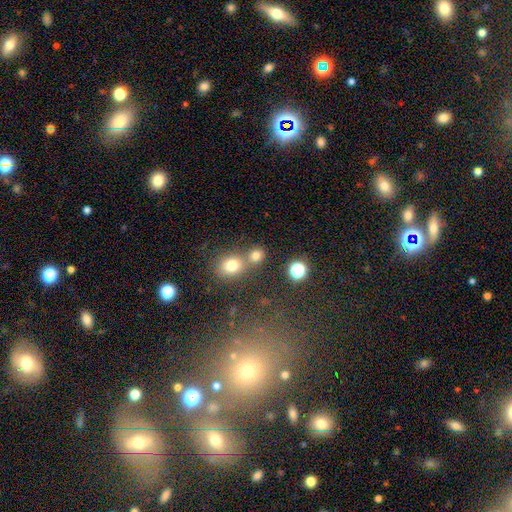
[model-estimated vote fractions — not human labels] smooth-or-featured: smooth: 75% | star or artifact: 17% | featured or disk: 8%
  how-rounded: round: 77% | in between: 22% | cigar-shaped: 1%
  merging: none: 55% | merger: 34% | minor disturbance: 8% | major disturbance: 3%